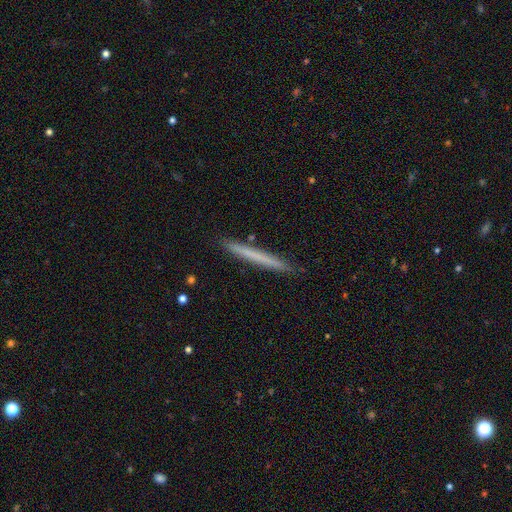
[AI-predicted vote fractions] This is likely a smooth galaxy (61%). How rounded: clearly cigar-shaped (97%). Merging: clearly none (91%).